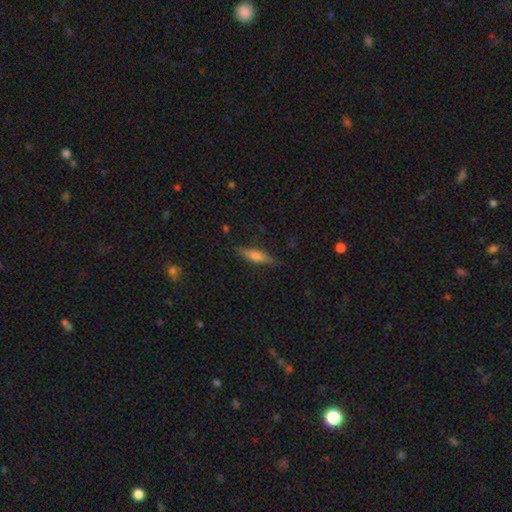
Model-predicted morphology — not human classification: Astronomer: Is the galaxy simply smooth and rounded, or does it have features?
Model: smooth — 47% (runner-up: featured or disk, 46%).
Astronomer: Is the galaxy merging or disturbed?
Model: none — 85%.